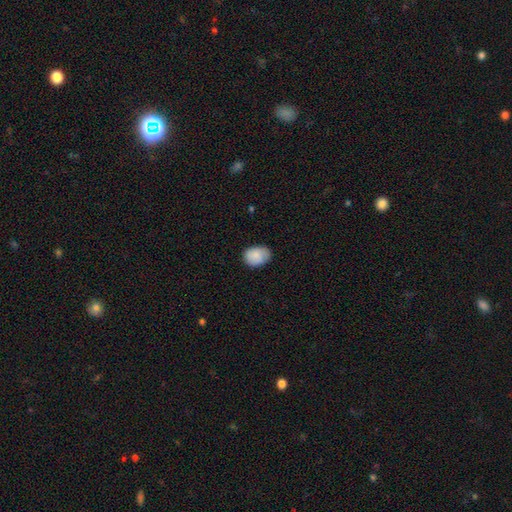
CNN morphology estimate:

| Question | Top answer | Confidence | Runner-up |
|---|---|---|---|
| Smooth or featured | smooth | 87% | star or artifact (7%) |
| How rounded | in between | 69% | round (30%) |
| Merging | none | 75% | minor disturbance (21%) |